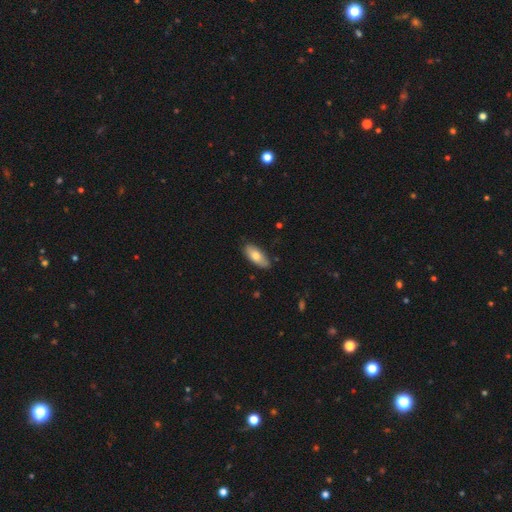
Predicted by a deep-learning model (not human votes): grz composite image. It shows a smooth galaxy with no disk features (75%) that is in between round and cigar-shaped (84%). Merging: none (83%).